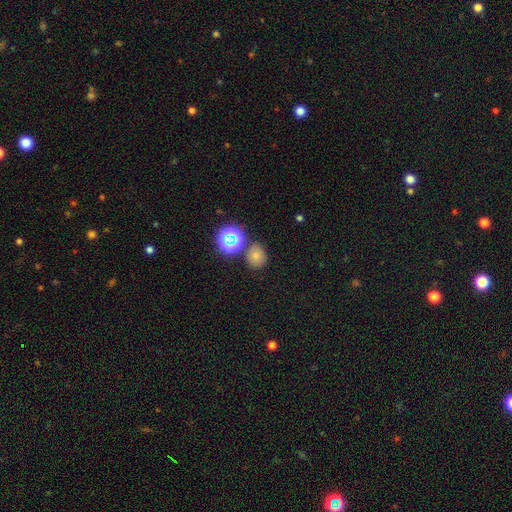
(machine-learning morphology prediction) This is likely a smooth galaxy (69%). How rounded: likely round (65%). Merging: likely none (74%).